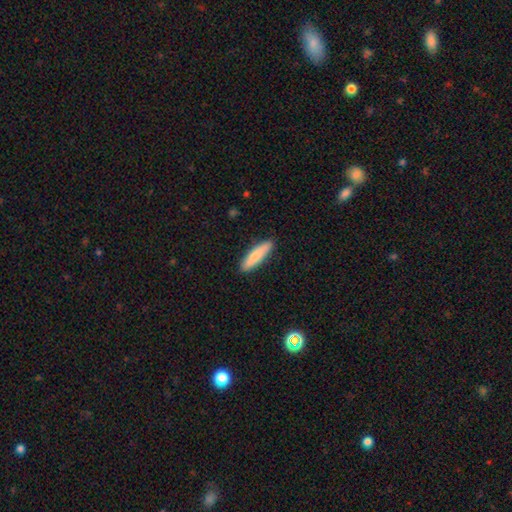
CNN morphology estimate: Overall: smooth (83%). How rounded: cigar-shaped (77%). Merging: none (90%).